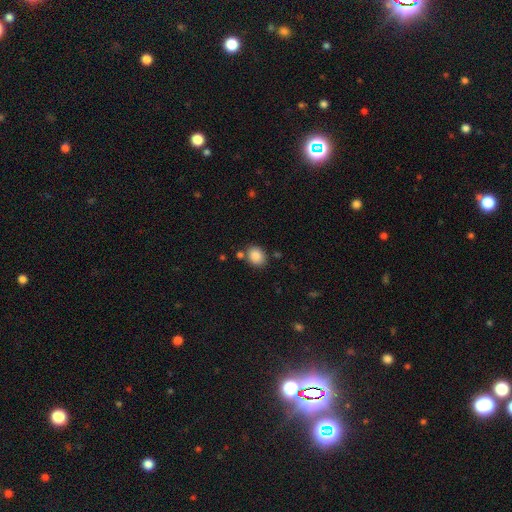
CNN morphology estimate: smooth-or-featured: smooth: 86% | star or artifact: 9% | featured or disk: 5%
  how-rounded: round: 51% | in between: 48% | cigar-shaped: 1%
  merging: none: 76% | minor disturbance: 12% | merger: 9% | major disturbance: 4%